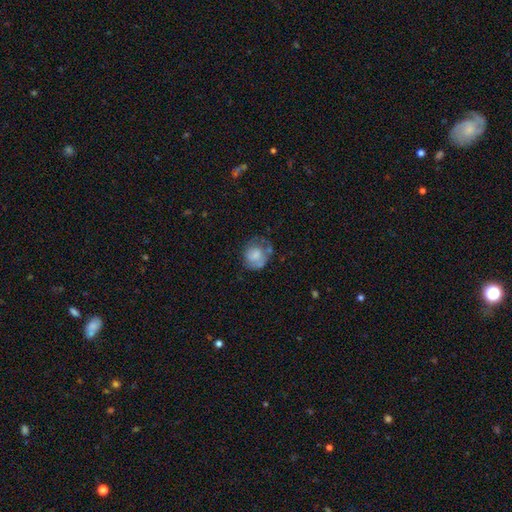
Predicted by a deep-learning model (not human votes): smooth_or_featured: smooth (p=0.53) [alt: featured or disk p=0.38]
how_rounded: round (p=0.68) [alt: in between p=0.31]
merging: none (p=0.45) [alt: minor disturbance p=0.29]